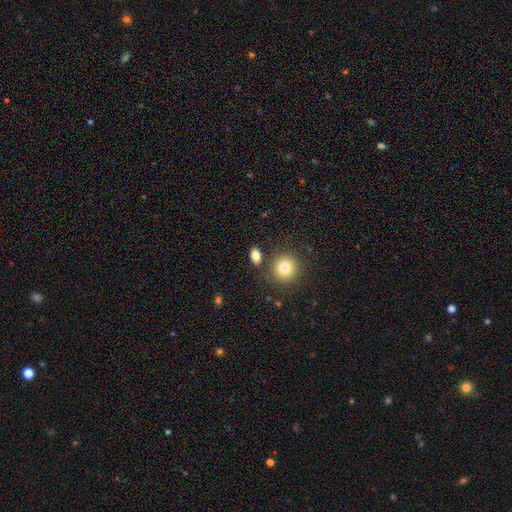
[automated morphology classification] Q: Smooth or featured?
A: smooth (84%); runner-up: star or artifact (10%)
Q: How rounded?
A: in between (75%); runner-up: round (21%)
Q: Merging?
A: none (80%); runner-up: minor disturbance (9%)